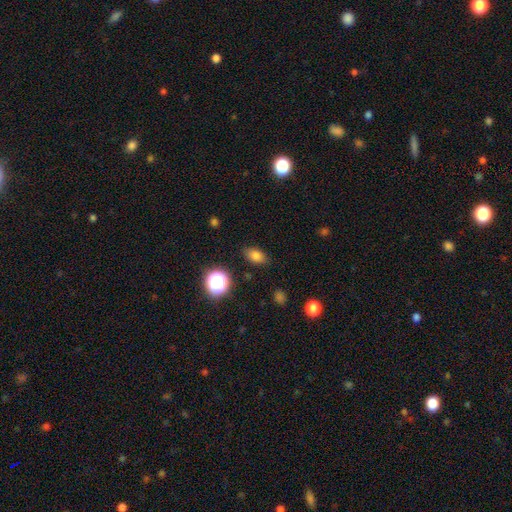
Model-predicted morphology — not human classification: The model was most divided on "smooth or featured": smooth: 80%, star or artifact: 13%, featured or disk: 7%. More confident: merging — none (83%); how rounded — in between (83%).